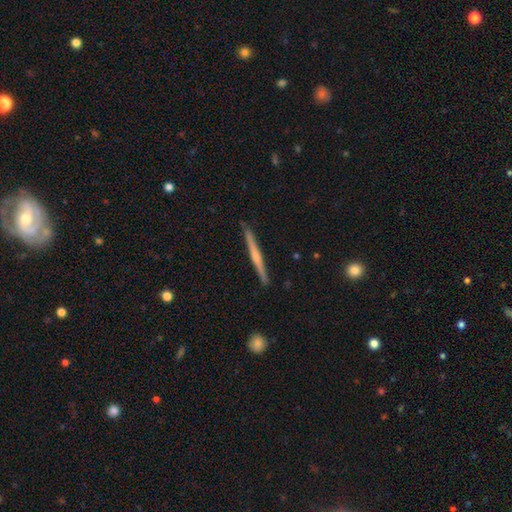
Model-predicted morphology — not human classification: Q: Smooth or featured?
A: featured or disk (63%); runner-up: smooth (31%)
Q: Edge-on disk?
A: yes (98%); runner-up: no (2%)
Q: Edge-on bulge?
A: rounded (52%); runner-up: none (39%)
Q: Merging?
A: none (91%); runner-up: minor disturbance (7%)